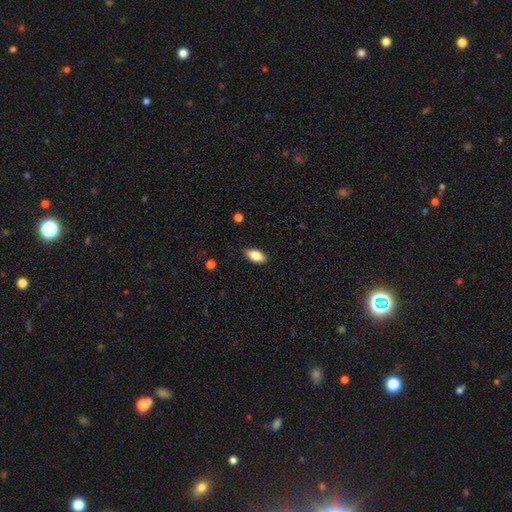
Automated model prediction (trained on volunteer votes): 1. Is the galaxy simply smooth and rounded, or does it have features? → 83% smooth, 10% featured or disk, 7% star or artifact.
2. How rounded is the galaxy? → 91% in between, 6% cigar-shaped, 3% round.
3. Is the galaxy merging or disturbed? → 87% none, 10% minor disturbance, 2% major disturbance, 1% merger.